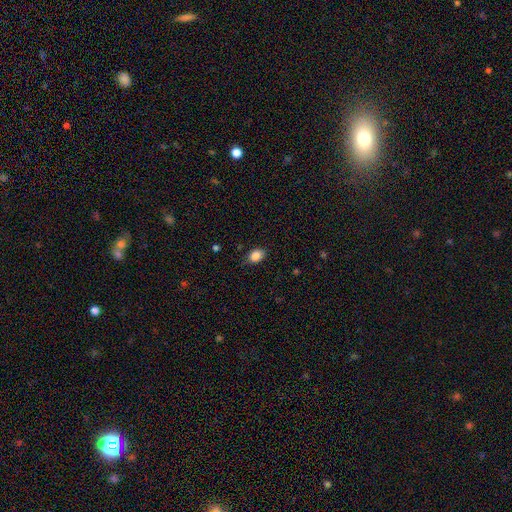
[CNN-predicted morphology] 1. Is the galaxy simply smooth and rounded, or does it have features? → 87% smooth, 9% star or artifact, 4% featured or disk.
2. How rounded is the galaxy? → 73% in between, 26% round, 1% cigar-shaped.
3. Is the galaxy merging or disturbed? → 81% none, 15% minor disturbance, 3% major disturbance, 1% merger.